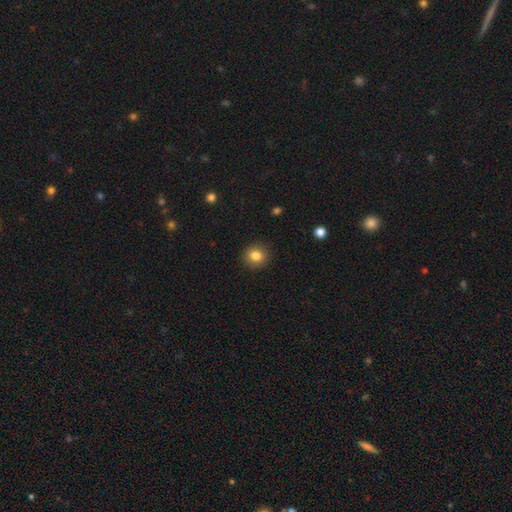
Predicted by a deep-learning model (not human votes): A smooth galaxy with no disk features (83%) that is round (82%). Merging: none (89%).